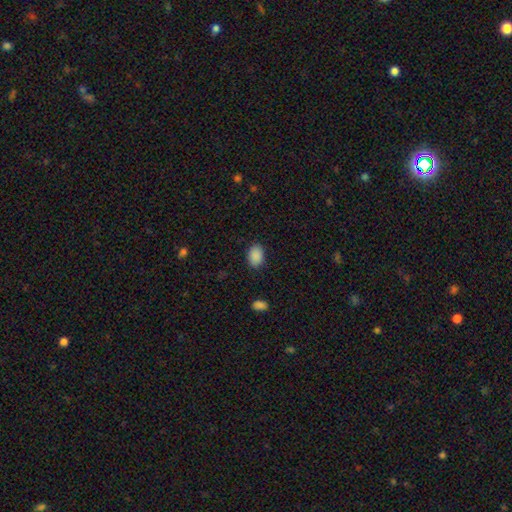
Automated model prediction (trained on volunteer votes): Smooth or featured? Predicted: smooth (p=0.89). How rounded? Predicted: in between (p=0.81). Merging? Predicted: none (p=0.85).